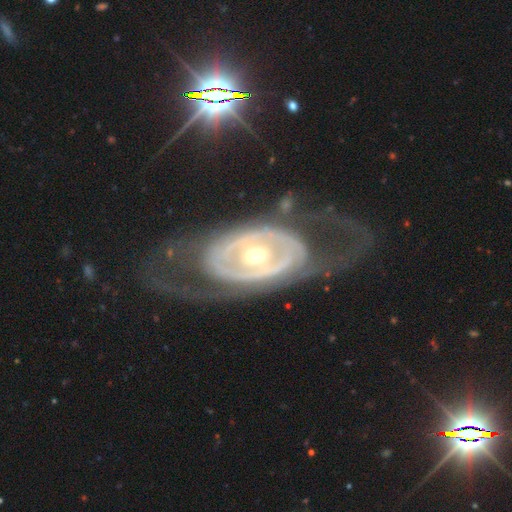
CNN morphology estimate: Overall: featured or disk (83%). Edge-on disk: no (91%). Bar: no (59%; weak 23%). Spiral arms: no (54%; yes 46%). Bulge size: moderate (63%; small 28%). Merging: none (65%).